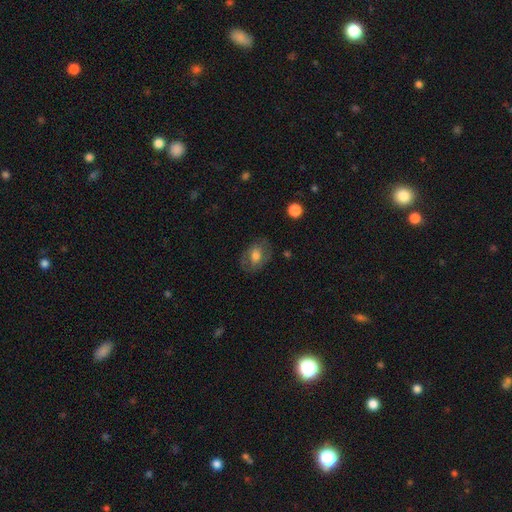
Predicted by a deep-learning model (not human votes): Overall: smooth (59%; featured or disk 32%). How rounded: in between (70%). Merging: none (73%).